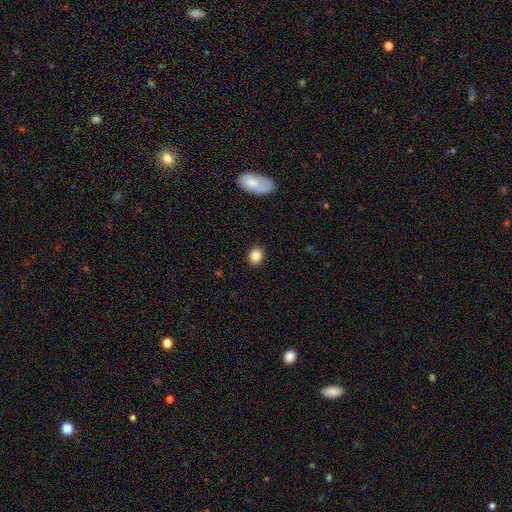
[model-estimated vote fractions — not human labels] Smooth or featured?
  - smooth: 85% *
  - star or artifact: 9%
  - featured or disk: 6%
How rounded?
  - round: 60% *
  - in between: 39%
  - cigar-shaped: 1%
Merging?
  - none: 90% *
  - minor disturbance: 7%
  - major disturbance: 2%
  - merger: 1%